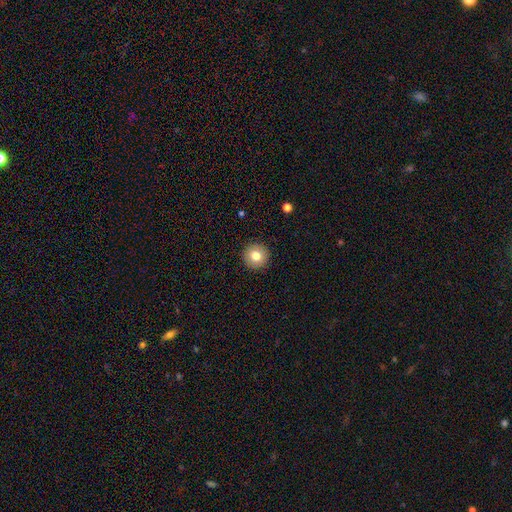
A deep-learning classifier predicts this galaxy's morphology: A smooth galaxy with no disk features (79%) that is round (95%).

Vote fractions:
- Smooth or featured? smooth: 79% / featured or disk: 11% / star or artifact: 10%
- How rounded? round: 95% / in between: 4% / cigar-shaped: 1%
- Merging? none: 92% / minor disturbance: 5% / major disturbance: 2% / merger: 1%